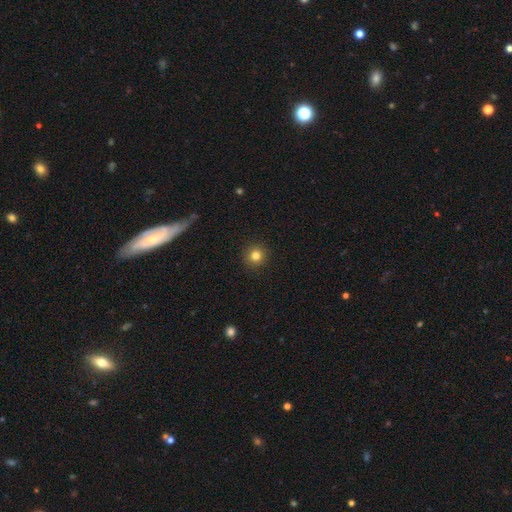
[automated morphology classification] smooth-or-featured: smooth: 82% | star or artifact: 12% | featured or disk: 6%
  how-rounded: round: 94% | in between: 5% | cigar-shaped: 1%
  merging: none: 92% | minor disturbance: 5% | major disturbance: 2% | merger: 1%